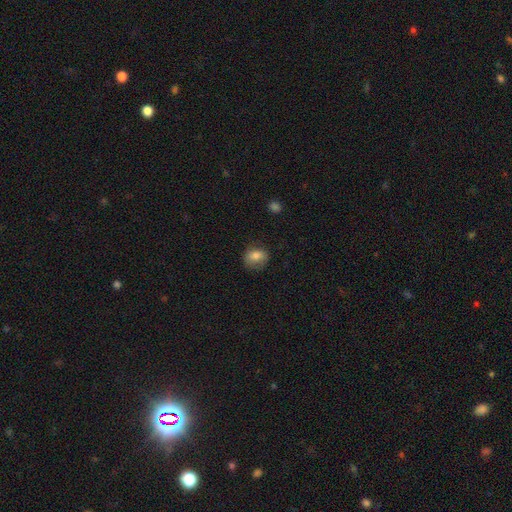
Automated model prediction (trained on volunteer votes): The model was most divided on "how rounded": round: 51%, in between: 48%, cigar-shaped: 1%. More confident: smooth or featured — smooth (79%); merging — none (70%).